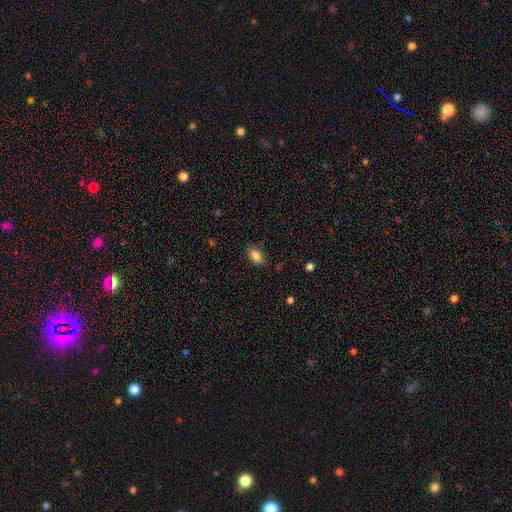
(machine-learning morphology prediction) Smooth or featured: smooth — 85% (star or artifact — 9%)
How rounded: in between — 90% (round — 7%)
Merging: none — 81% (minor disturbance — 14%)